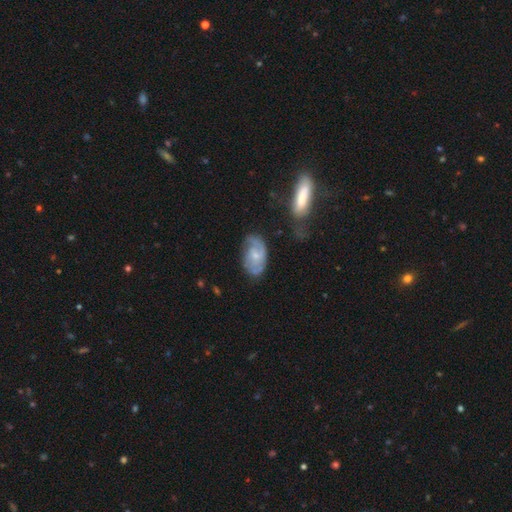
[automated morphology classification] smooth-or-featured: featured or disk: 71% | smooth: 23% | star or artifact: 6%
  disk-edge-on: no: 96% | yes: 4%
    bar: no: 67% | weak: 29% | strong: 4%
    has-spiral-arms: yes: 88% | no: 12%
      spiral-winding: tight: 41% (tied) | medium: 41% (tied) | loose: 18%
      spiral-arm-count: 2: 54% | can't tell: 25% | 1: 9% | 3: 7% | 4: 2% | more than 4: 2%
    bulge-size: small: 66% | moderate: 25% | none: 6% | large: 2% | dominant: 1%
  merging: none: 58% | minor disturbance: 26% | major disturbance: 12% | merger: 5%